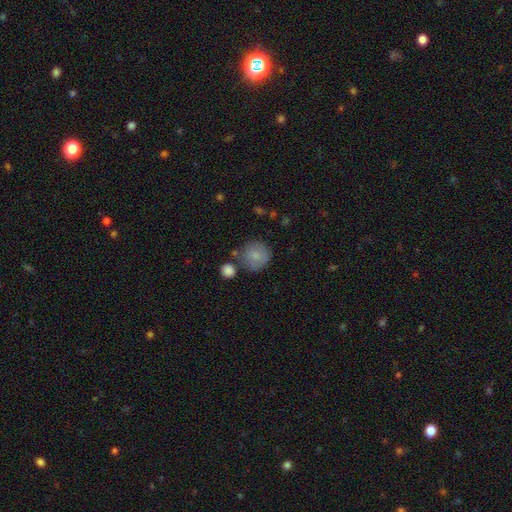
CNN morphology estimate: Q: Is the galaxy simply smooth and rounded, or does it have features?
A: smooth — 81%.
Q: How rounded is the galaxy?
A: round — 93%.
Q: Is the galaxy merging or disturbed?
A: none — 70%.